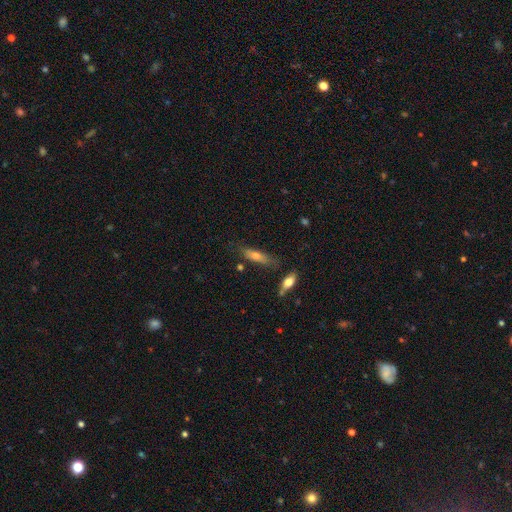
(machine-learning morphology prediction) smooth_or_featured: smooth (p=0.59) [alt: featured or disk p=0.32]
how_rounded: cigar-shaped (p=0.63) [alt: in between p=0.34]
merging: none (p=0.67) [alt: minor disturbance p=0.21]